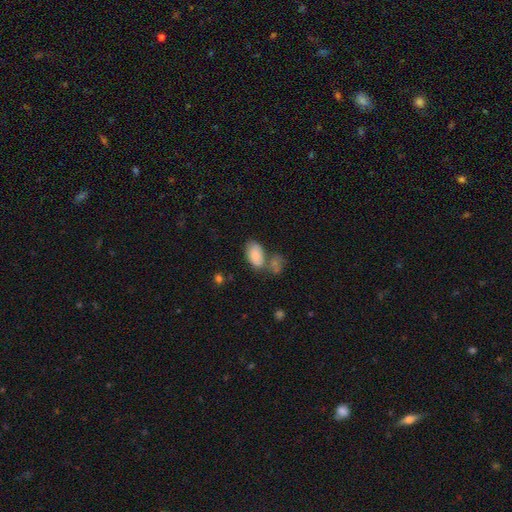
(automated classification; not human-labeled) smooth-or-featured: smooth: 84% | featured or disk: 9% | star or artifact: 7%
  how-rounded: in between: 94% | round: 4% | cigar-shaped: 2%
  merging: none: 48% | merger: 31% | minor disturbance: 15% | major disturbance: 6%